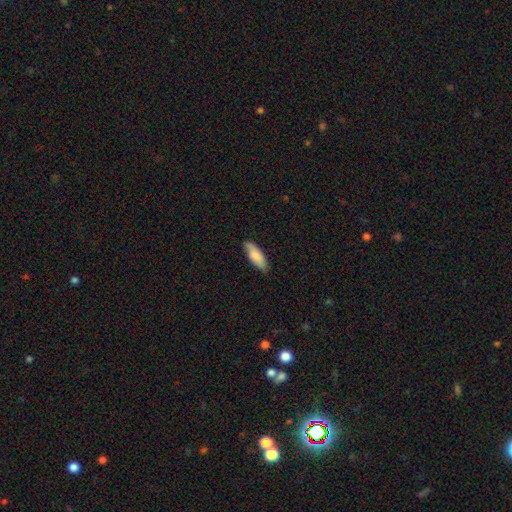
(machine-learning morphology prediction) smooth-or-featured: smooth: 81% | featured or disk: 13% | star or artifact: 5%
  how-rounded: in between: 66% | cigar-shaped: 32% | round: 2%
  merging: none: 81% | minor disturbance: 16% | major disturbance: 2% | merger: 1%